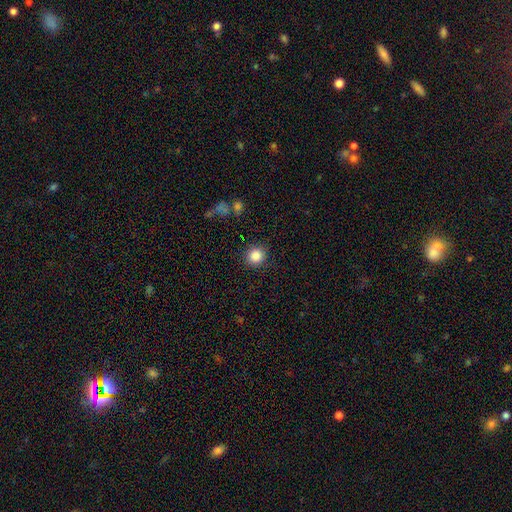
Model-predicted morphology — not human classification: A smooth galaxy with no disk features (86%) that is round (88%).

Vote fractions:
- Smooth or featured? smooth: 86% / star or artifact: 10% / featured or disk: 4%
- How rounded? round: 88% / in between: 11% / cigar-shaped: 1%
- Merging? none: 87% / minor disturbance: 8% / major disturbance: 3% / merger: 1%